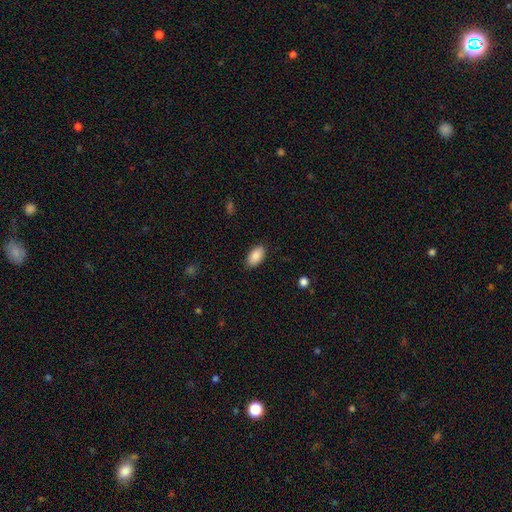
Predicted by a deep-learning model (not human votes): smooth-or-featured: smooth: 89% | star or artifact: 7% | featured or disk: 4%
  how-rounded: in between: 94% | round: 4% | cigar-shaped: 2%
  merging: none: 88% | minor disturbance: 9% | major disturbance: 2% | merger: 1%